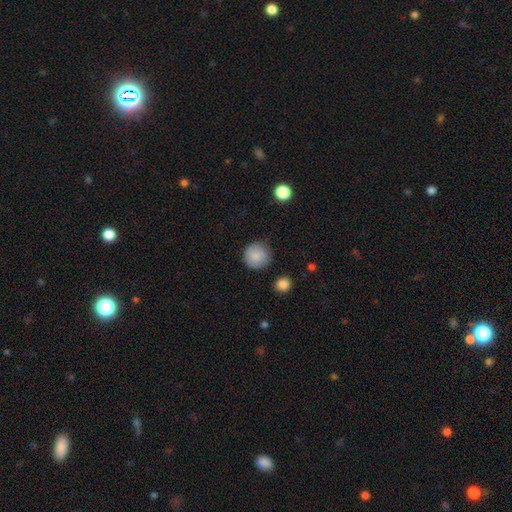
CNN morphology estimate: Smooth or featured?
  - smooth: 87% *
  - star or artifact: 7%
  - featured or disk: 6%
How rounded?
  - round: 95% *
  - in between: 4%
  - cigar-shaped: 1%
Merging?
  - none: 87% *
  - minor disturbance: 9%
  - major disturbance: 2%
  - merger: 2%